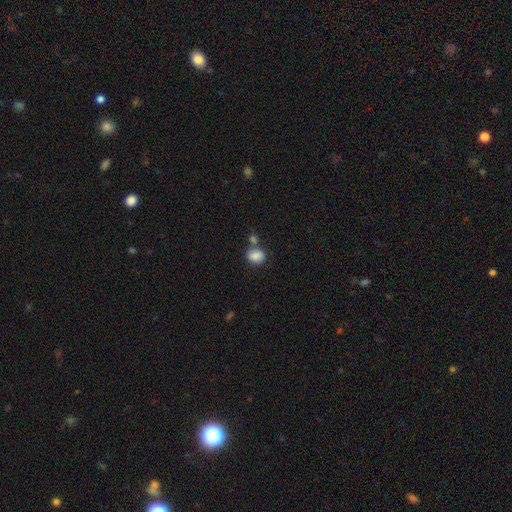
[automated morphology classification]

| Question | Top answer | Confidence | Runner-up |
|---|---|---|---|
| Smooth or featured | smooth | 85% | star or artifact (9%) |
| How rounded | in between | 57% | round (42%) |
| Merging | none | 51% | merger (28%) |